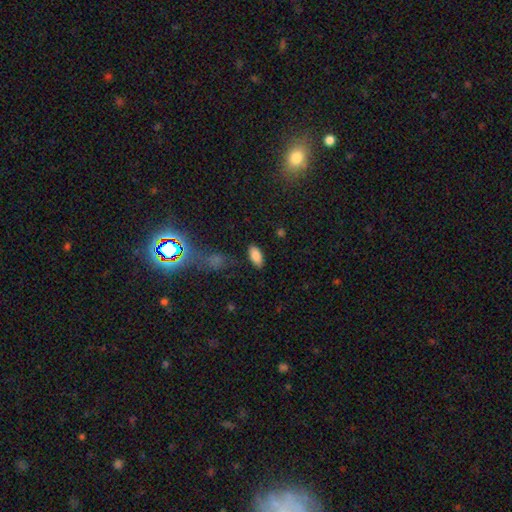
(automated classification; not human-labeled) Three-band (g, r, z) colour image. It shows a smooth galaxy with no disk features (85%) that is in between round and cigar-shaped (91%). Merging: none (84%).